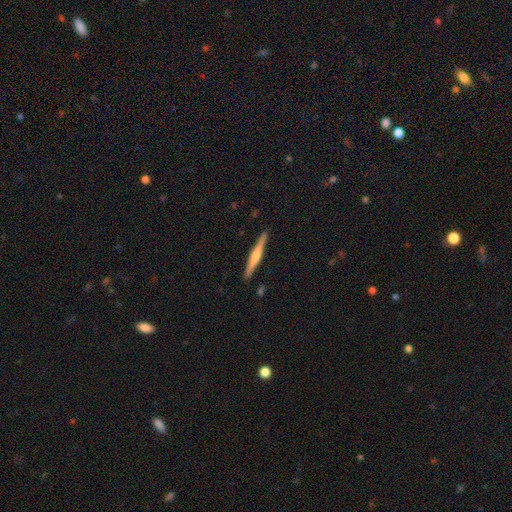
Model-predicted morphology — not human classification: featured or disk 56%, smooth 38%, star or artifact 5%. Down the decision tree: edge-on disk — yes (98%); edge-on bulge — rounded (63%); merging — none (91%).